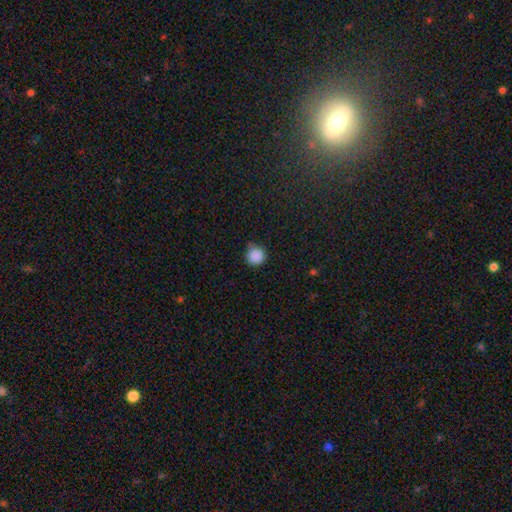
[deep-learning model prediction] This appears to be a smooth galaxy with no disk features (87%) that is round (94%). Merging: none (79%).